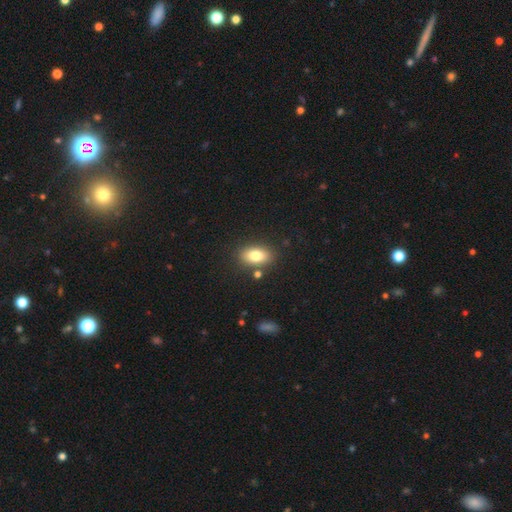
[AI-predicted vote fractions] Smooth or featured: smooth — 81% (featured or disk — 11%)
How rounded: in between — 88% (round — 9%)
Merging: none — 82% (minor disturbance — 10%)